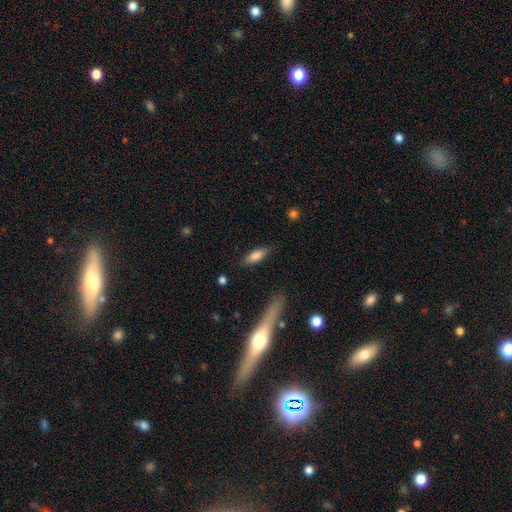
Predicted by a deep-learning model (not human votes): A smooth galaxy with no disk features (79%) that is in between round and cigar-shaped (59%). Merging: none (83%).